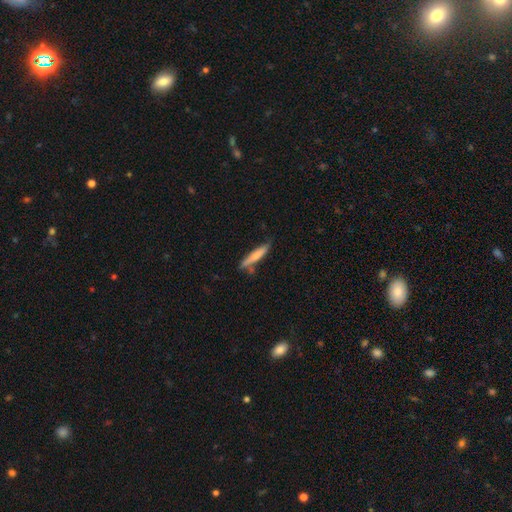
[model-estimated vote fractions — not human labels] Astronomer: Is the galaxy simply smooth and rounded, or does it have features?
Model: smooth — 68%.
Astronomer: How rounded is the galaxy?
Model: cigar-shaped — 88%.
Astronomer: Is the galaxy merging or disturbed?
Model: none — 67%.